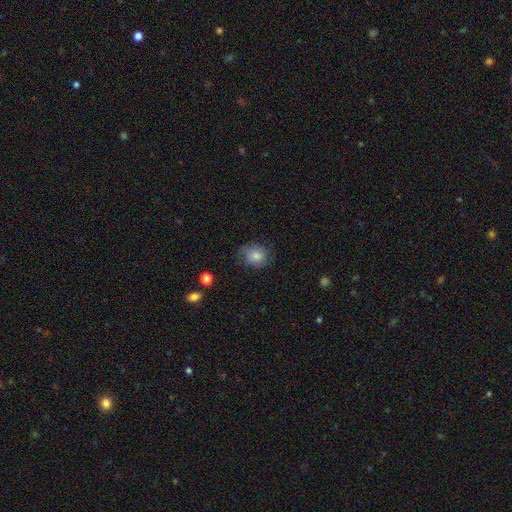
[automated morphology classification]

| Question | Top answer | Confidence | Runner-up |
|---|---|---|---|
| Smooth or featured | smooth | 73% | featured or disk (19%) |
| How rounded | round | 64% | in between (35%) |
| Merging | none | 67% | minor disturbance (23%) |